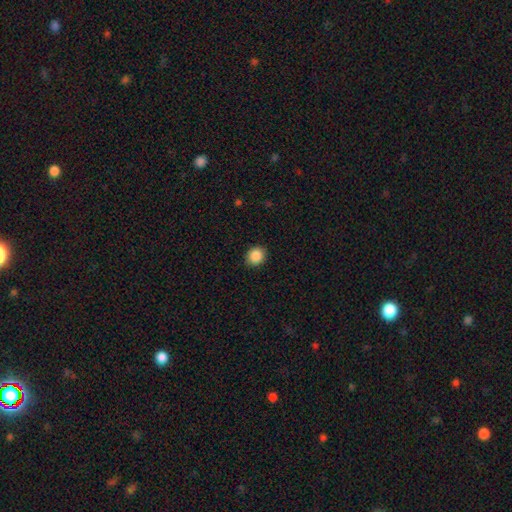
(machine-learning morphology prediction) The model was most divided on "how rounded": round: 69%, in between: 30%, cigar-shaped: 1%. More confident: merging — none (90%); smooth or featured — smooth (88%).